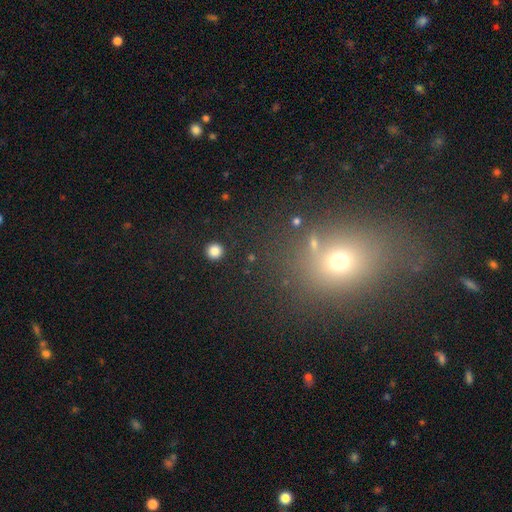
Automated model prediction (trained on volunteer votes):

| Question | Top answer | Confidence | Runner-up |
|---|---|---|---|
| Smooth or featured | smooth | 54% | star or artifact (33%) |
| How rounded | round | 55% | in between (43%) |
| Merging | none | 70% | minor disturbance (14%) |